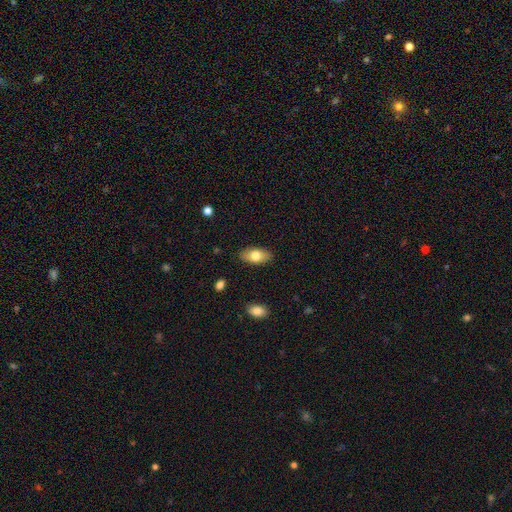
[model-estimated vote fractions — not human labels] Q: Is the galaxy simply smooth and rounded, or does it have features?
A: smooth — 75%.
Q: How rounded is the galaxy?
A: in between — 91%.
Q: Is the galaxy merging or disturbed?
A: none — 87%.